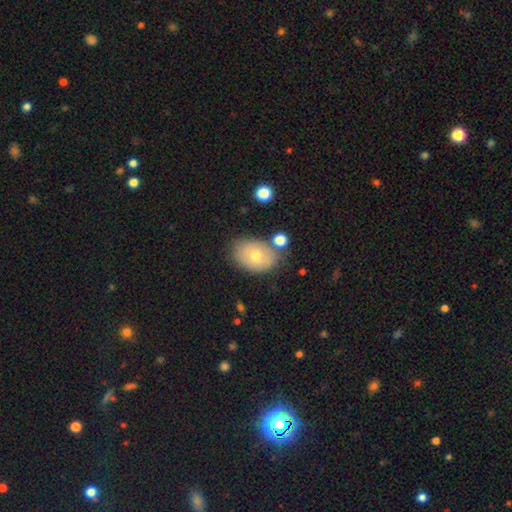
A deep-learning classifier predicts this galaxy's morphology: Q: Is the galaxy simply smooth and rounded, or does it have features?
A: smooth — 64%.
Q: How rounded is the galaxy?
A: in between — 77%.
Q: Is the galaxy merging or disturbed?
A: none — 70%.